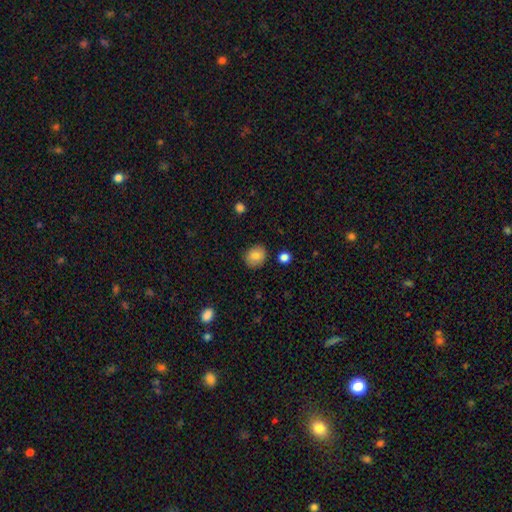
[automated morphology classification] Smooth or featured? smooth (83%)
How rounded? round (64%)
Merging? none (85%)